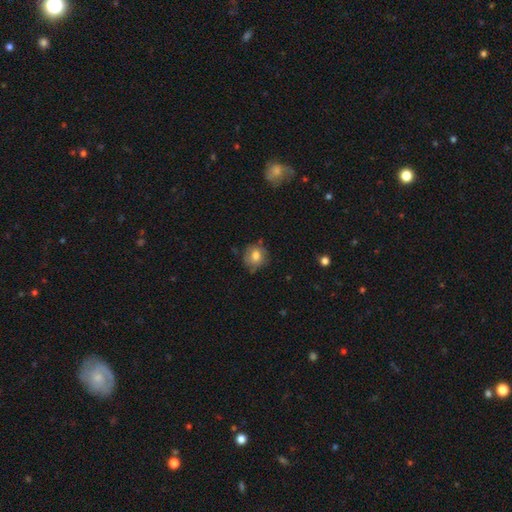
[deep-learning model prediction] A smooth galaxy with no disk features (72%) that is round (79%).

Vote fractions:
- Smooth or featured? smooth: 72% / featured or disk: 18% / star or artifact: 9%
- How rounded? round: 79% / in between: 20% / cigar-shaped: 1%
- Merging? none: 69% / minor disturbance: 23% / major disturbance: 6% / merger: 3%